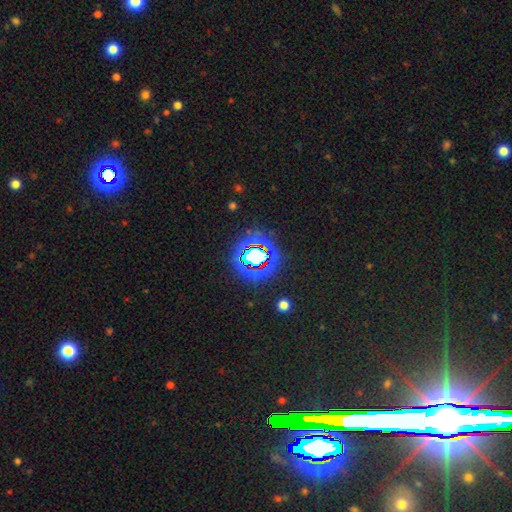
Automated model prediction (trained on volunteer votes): The model was most divided on "smooth or featured": star or artifact: 73%, smooth: 17%, featured or disk: 10%.